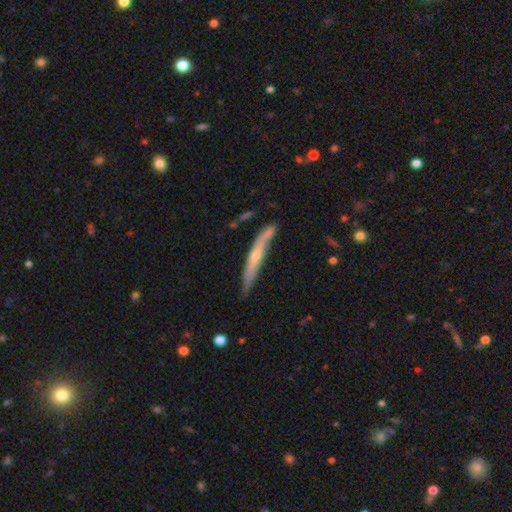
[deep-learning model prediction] Smooth or featured? featured or disk (52%)
Edge-on disk? yes (88%)
Merging? none (64%)